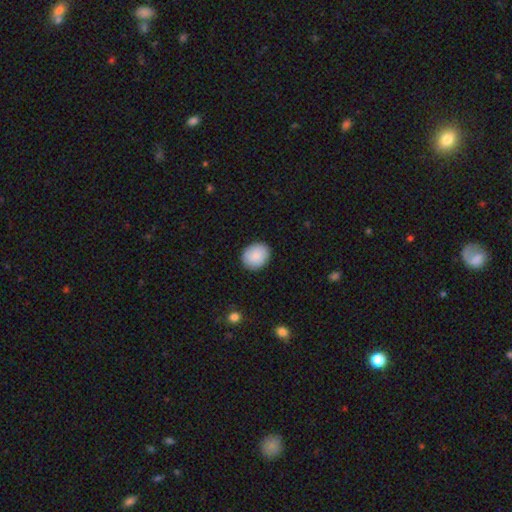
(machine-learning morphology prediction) Smooth or featured?
  - smooth: 88% *
  - star or artifact: 7%
  - featured or disk: 5%
How rounded?
  - round: 64% *
  - in between: 35%
  - cigar-shaped: 1%
Merging?
  - none: 89% *
  - minor disturbance: 8%
  - major disturbance: 2%
  - merger: 1%